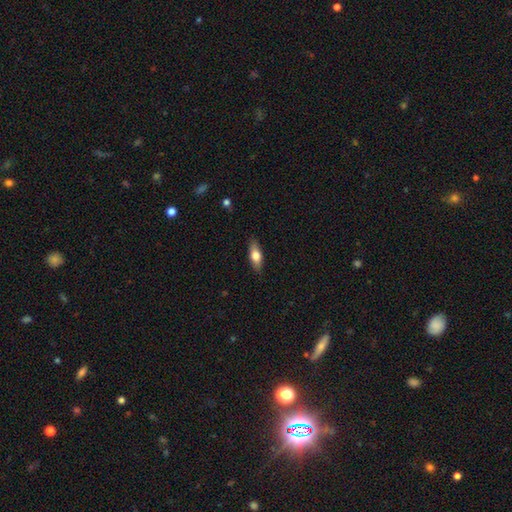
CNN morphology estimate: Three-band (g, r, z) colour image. It shows a smooth galaxy with no disk features (65%) that is in between round and cigar-shaped (67%). Merging: none (86%).